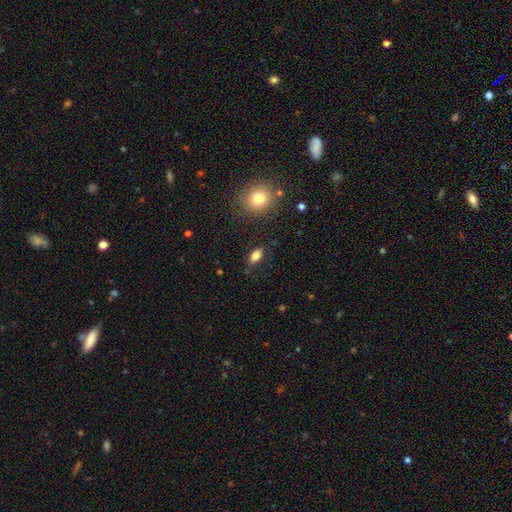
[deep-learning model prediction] Smooth or featured: smooth — 80% (featured or disk — 11%)
How rounded: in between — 87% (round — 7%)
Merging: none — 83% (minor disturbance — 12%)